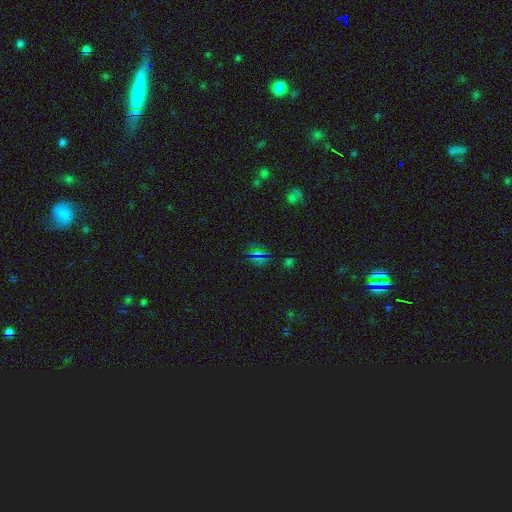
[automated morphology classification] smooth-or-featured: star or artifact: 48% | smooth: 42% | featured or disk: 10%